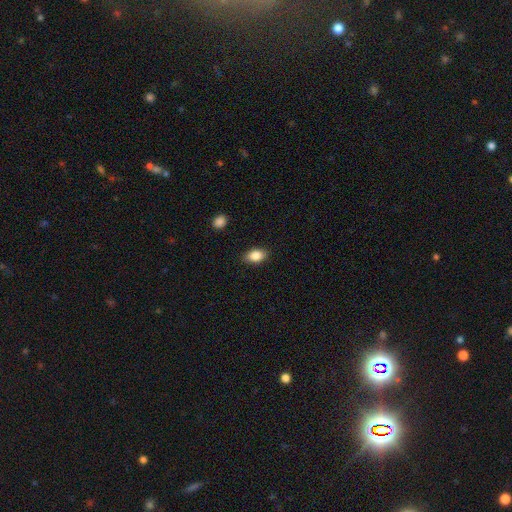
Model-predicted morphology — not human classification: A smooth galaxy with no disk features (85%) that is in between round and cigar-shaped (88%). Merging: none (87%).